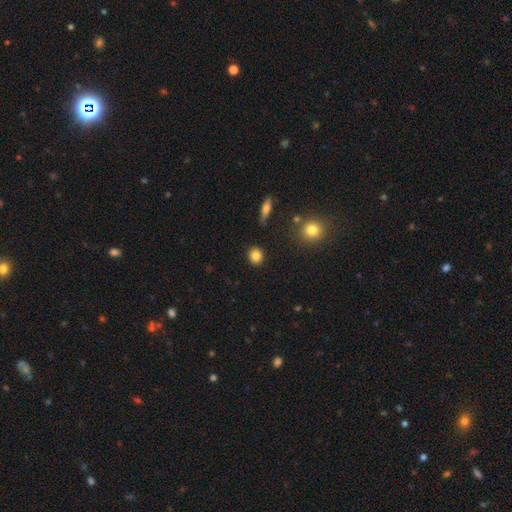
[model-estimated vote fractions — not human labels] Smooth or featured: smooth — 84% (star or artifact — 10%)
How rounded: round — 79% (in between — 20%)
Merging: none — 91% (minor disturbance — 6%)